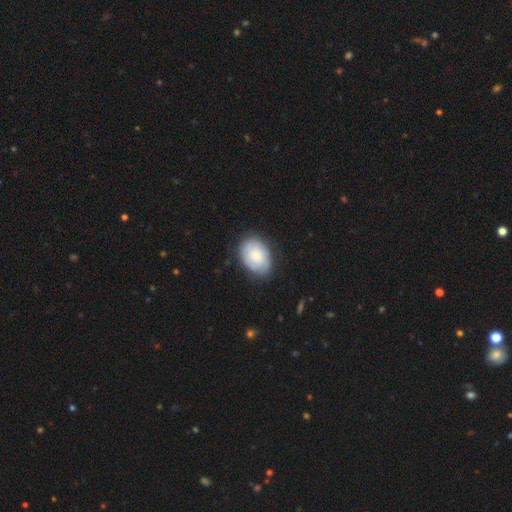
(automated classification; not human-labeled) smooth 62%, featured or disk 32%, star or artifact 6%. Down the decision tree: how rounded — in between (75%); merging — none (75%).